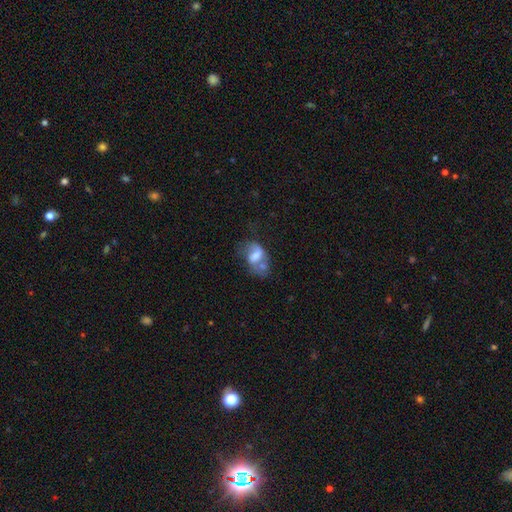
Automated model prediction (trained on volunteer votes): A featured or disk galaxy (48%).

Vote fractions:
- Smooth or featured? featured or disk: 48% / smooth: 43% / star or artifact: 9%
- Merging? merger: 28% (tied) / none: 28% (tied) / major disturbance: 23% / minor disturbance: 21%